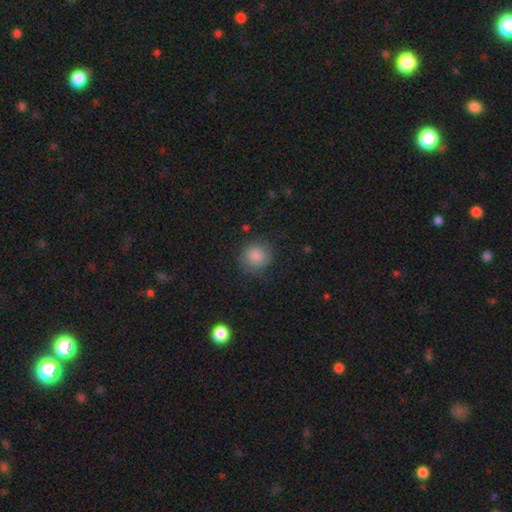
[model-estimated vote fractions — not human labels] smooth 78%, featured or disk 12%, star or artifact 10%. Down the decision tree: how rounded — round (89%); merging — none (77%).